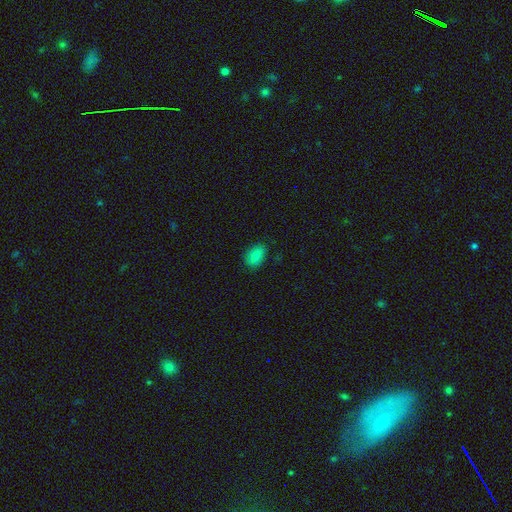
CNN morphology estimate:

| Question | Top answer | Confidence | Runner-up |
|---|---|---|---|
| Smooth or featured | smooth | 83% | star or artifact (10%) |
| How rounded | in between | 82% | round (16%) |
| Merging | none | 83% | minor disturbance (14%) |